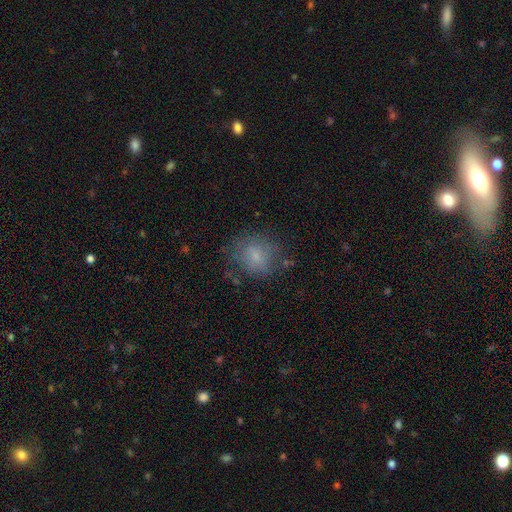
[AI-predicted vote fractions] Smooth or featured? smooth (73%)
How rounded? round (69%)
Merging? none (67%)